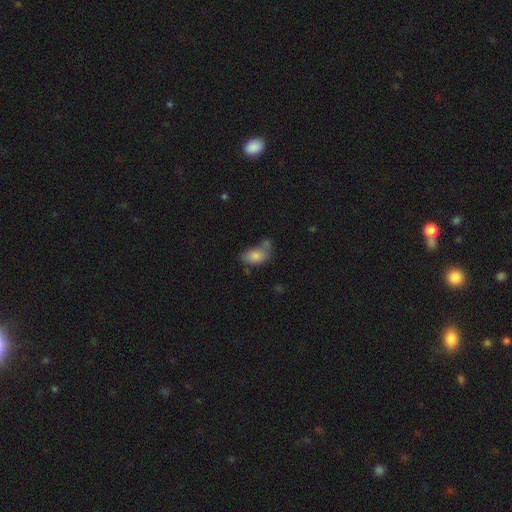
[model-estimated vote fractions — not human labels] Smooth or featured? smooth (81%)
How rounded? in between (89%)
Merging? none (43%)